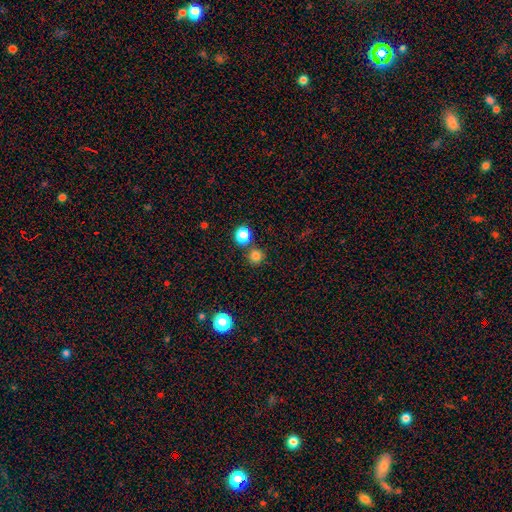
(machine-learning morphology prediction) The model was most divided on "merging": none: 77%, merger: 13%, minor disturbance: 7%, major disturbance: 3%. More confident: how rounded — round (94%); smooth or featured — smooth (80%).